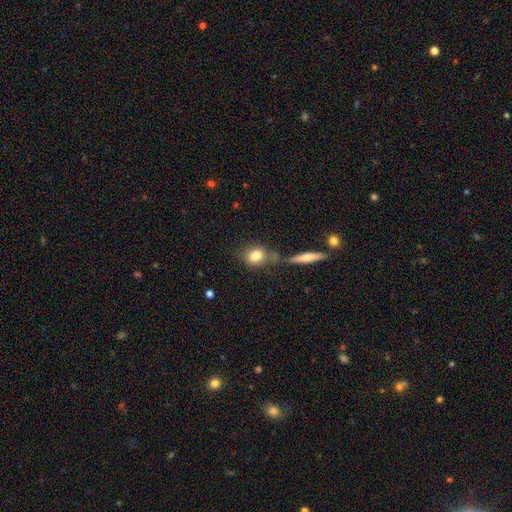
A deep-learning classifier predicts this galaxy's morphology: Q: Smooth or featured?
A: smooth (79%); runner-up: featured or disk (12%)
Q: How rounded?
A: round (54%); runner-up: in between (42%)
Q: Merging?
A: none (62%); runner-up: merger (19%)